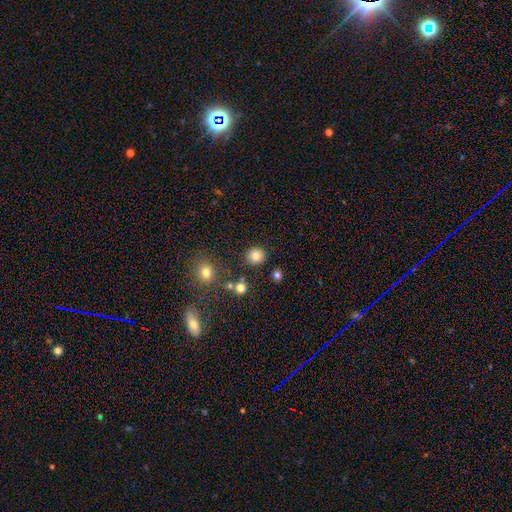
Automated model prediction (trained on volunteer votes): Smooth or featured: smooth — 82% (star or artifact — 12%)
How rounded: round — 87% (in between — 13%)
Merging: none — 88% (minor disturbance — 7%)